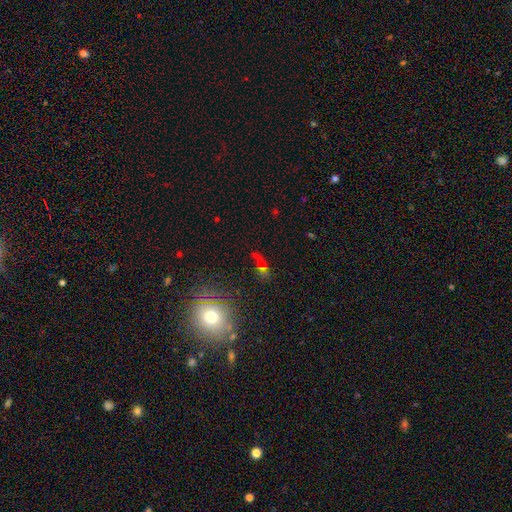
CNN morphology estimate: This appears to be a star or artifact, not a galaxy (44%).